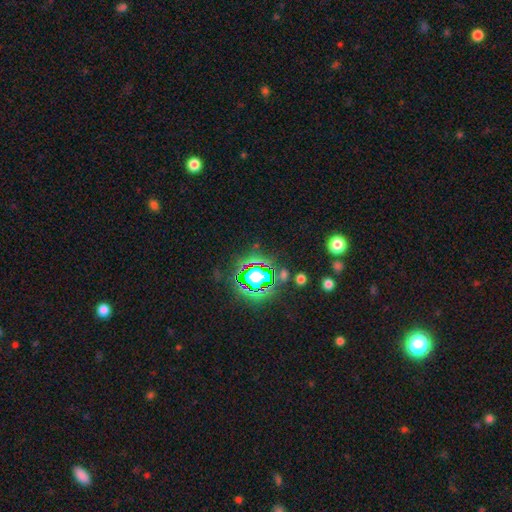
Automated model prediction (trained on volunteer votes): star or artifact 81%, smooth 12%, featured or disk 7%.